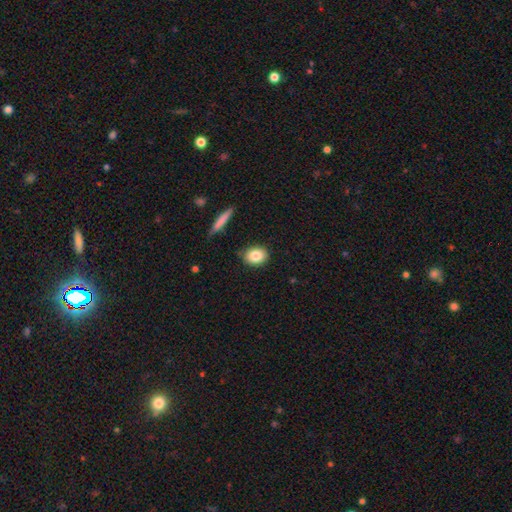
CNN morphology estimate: Overall: smooth (84%). How rounded: in between (52%; round 45%). Merging: none (84%).